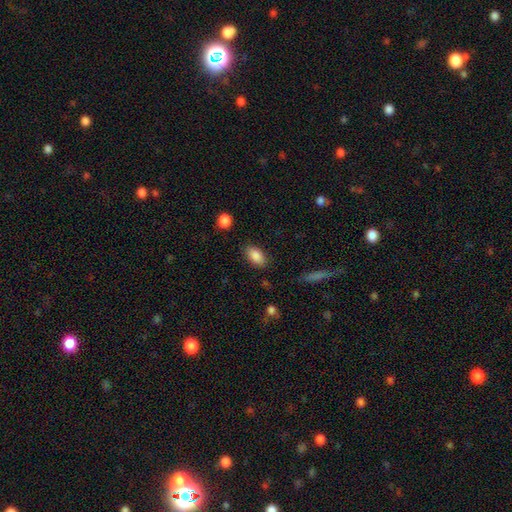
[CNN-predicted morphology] Smooth or featured? Predicted: smooth (p=0.88). How rounded? Predicted: in between (p=0.92). Merging? Predicted: none (p=0.84).